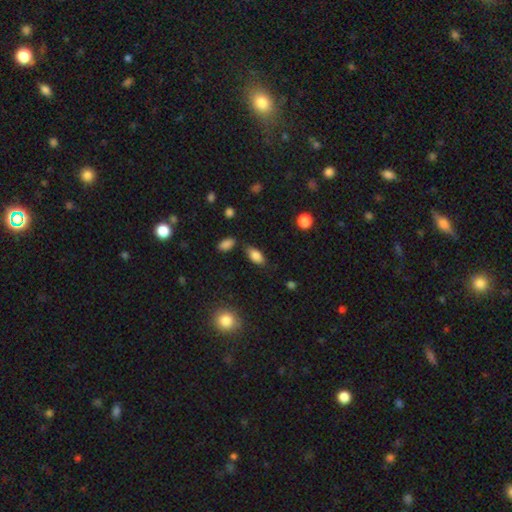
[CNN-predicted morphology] This is clearly a smooth galaxy (83%). How rounded: clearly in between (89%). Merging: likely none (75%).